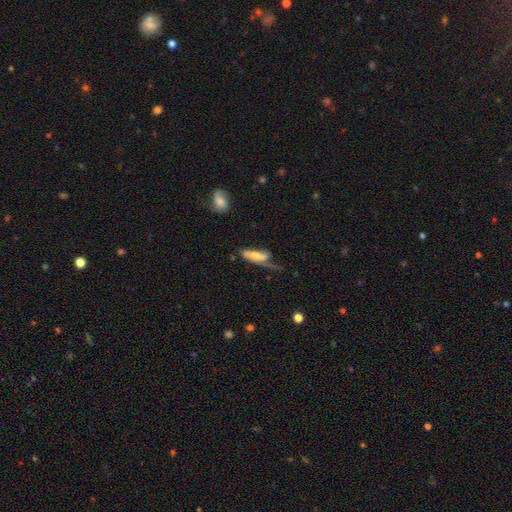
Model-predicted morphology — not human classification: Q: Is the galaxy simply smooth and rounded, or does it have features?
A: smooth — 51%.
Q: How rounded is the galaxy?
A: in between — 57%.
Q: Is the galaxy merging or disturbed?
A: major disturbance — 41%.